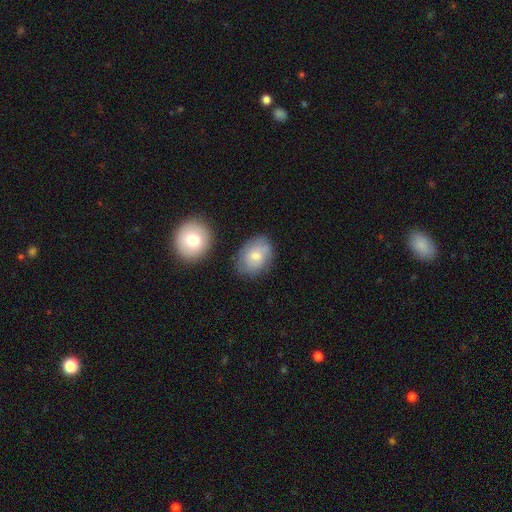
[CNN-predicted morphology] smooth_or_featured: smooth (p=0.64) [alt: featured or disk p=0.29]
how_rounded: in between (p=0.71) [alt: round p=0.28]
merging: none (p=0.68) [alt: minor disturbance p=0.21]